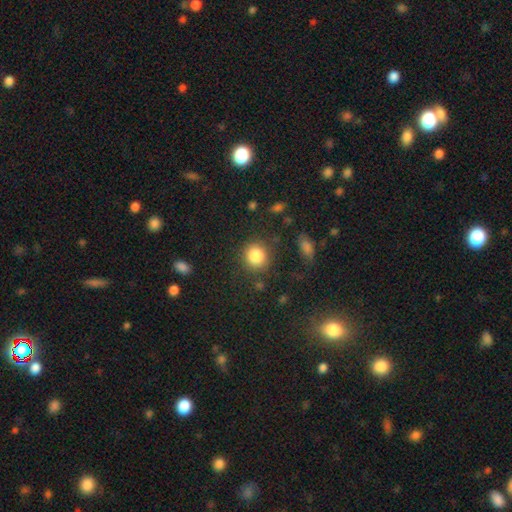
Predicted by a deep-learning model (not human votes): A smooth galaxy with no disk features (86%) that is round (85%). Merging: none (83%).